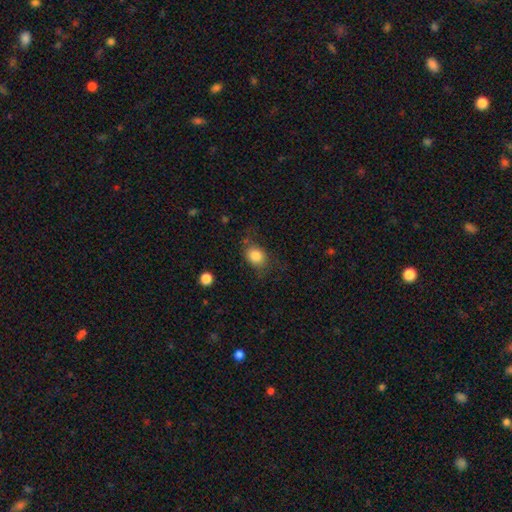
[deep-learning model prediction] smooth 83%, star or artifact 9%, featured or disk 8%. Down the decision tree: how rounded — in between (51%); merging — none (67%).